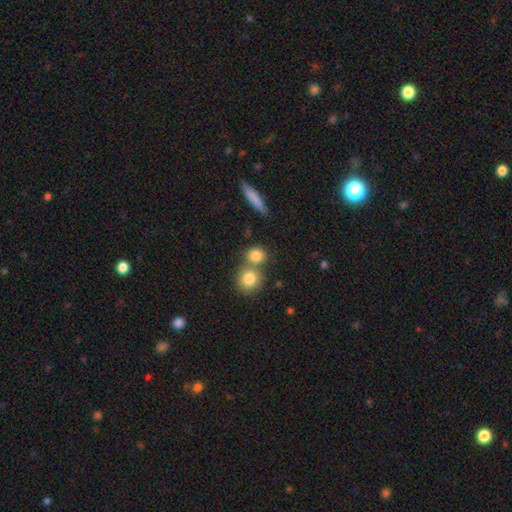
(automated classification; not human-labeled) Smooth or featured: smooth — 83% (star or artifact — 9%)
How rounded: round — 78% (in between — 19%)
Merging: none — 53% (merger — 36%)